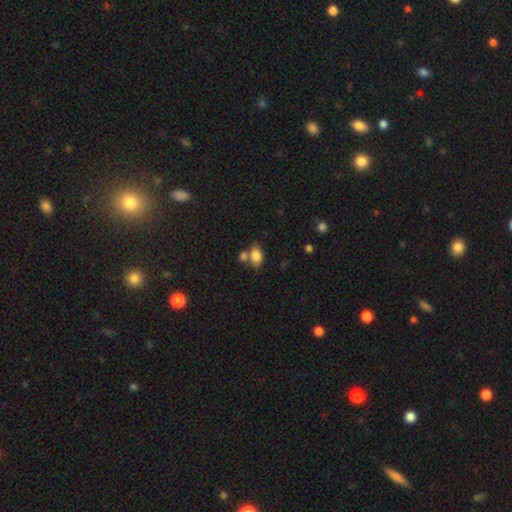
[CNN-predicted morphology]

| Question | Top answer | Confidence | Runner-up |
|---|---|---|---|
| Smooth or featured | smooth | 83% | star or artifact (9%) |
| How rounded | in between | 85% | round (14%) |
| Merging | none | 52% | merger (31%) |